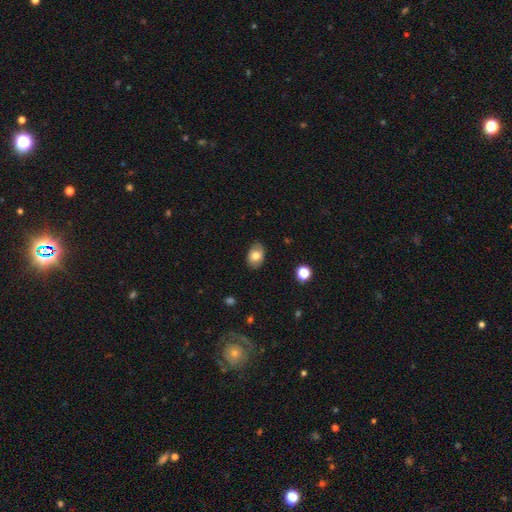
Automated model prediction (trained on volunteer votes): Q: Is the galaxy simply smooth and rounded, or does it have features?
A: smooth — 76%.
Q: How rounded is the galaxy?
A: in between — 81%.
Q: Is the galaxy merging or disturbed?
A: none — 82%.